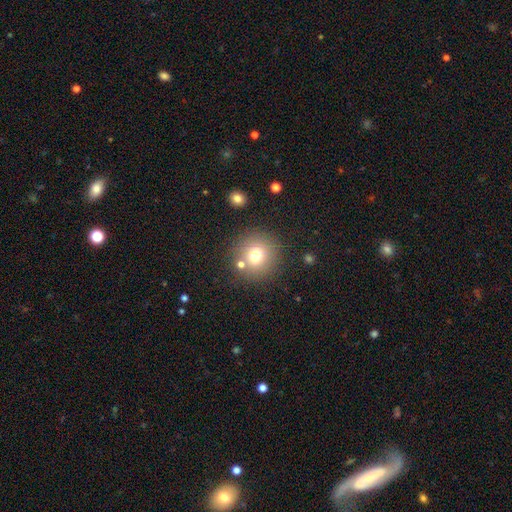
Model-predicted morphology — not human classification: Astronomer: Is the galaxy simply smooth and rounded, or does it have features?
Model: smooth — 73%.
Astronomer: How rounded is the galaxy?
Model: round — 92%.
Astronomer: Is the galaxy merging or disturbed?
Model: none — 78%.